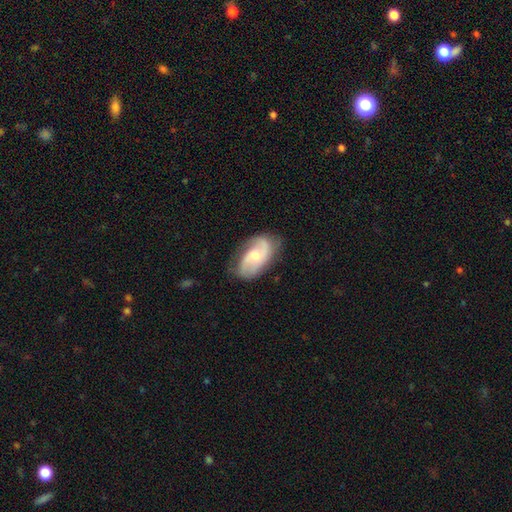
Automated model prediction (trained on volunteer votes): Q: Smooth or featured?
A: featured or disk (71%); runner-up: smooth (23%)
Q: Edge-on disk?
A: no (95%); runner-up: yes (5%)
Q: Bar?
A: no (59%); runner-up: weak (35%)
Q: Spiral arms?
A: yes (91%); runner-up: no (9%)
Q: Spiral winding?
A: medium (44%); runner-up: loose (35%)
Q: Spiral arm count?
A: 2 (78%); runner-up: can't tell (11%)
Q: Bulge size?
A: moderate (59%); runner-up: small (34%)
Q: Merging?
A: none (68%); runner-up: minor disturbance (23%)